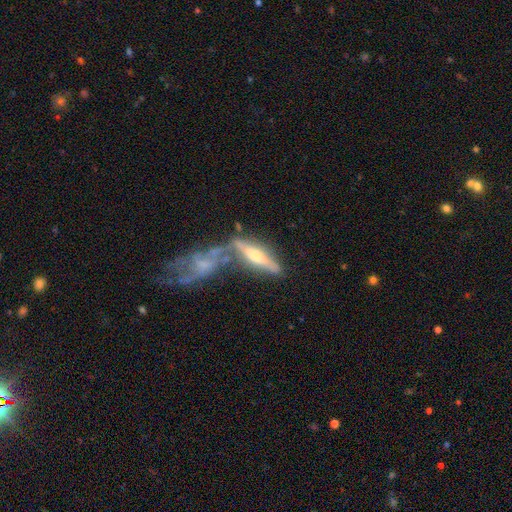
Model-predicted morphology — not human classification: type=featured or disk (64%); edge-on=yes (83%); edge-on bulge=rounded (86%); merging=none (40%).